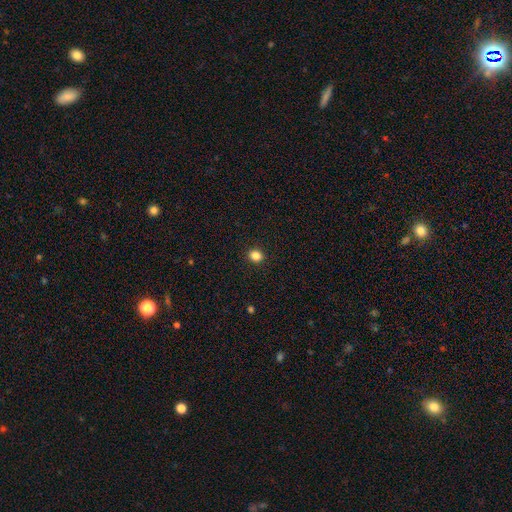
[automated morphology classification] This is clearly a smooth galaxy (84%). How rounded: likely round (71%). Merging: clearly none (92%).